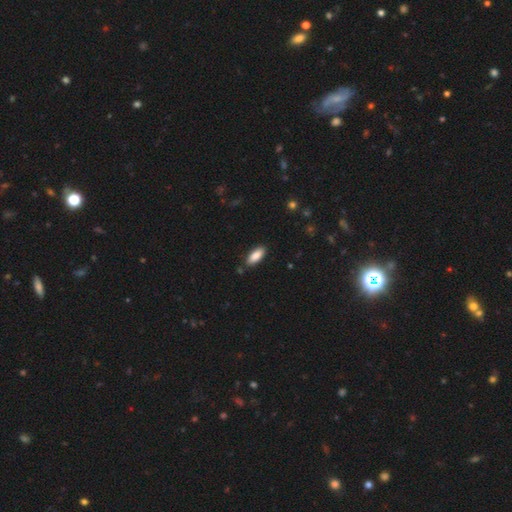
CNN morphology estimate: This is clearly a smooth galaxy (87%). How rounded: likely in between (79%). Merging: clearly none (86%).